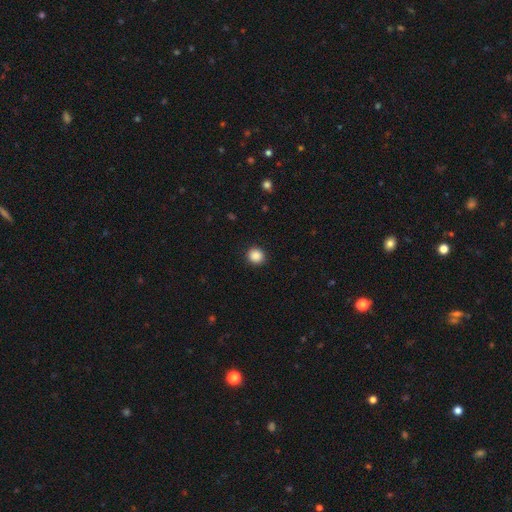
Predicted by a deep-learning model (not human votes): smooth 88%, star or artifact 9%, featured or disk 3%. Down the decision tree: how rounded — round (88%); merging — none (92%).